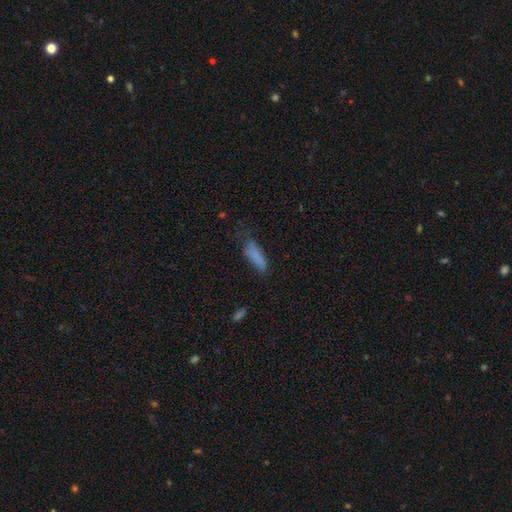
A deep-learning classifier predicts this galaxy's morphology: This appears to be a smooth galaxy with no disk features (79%) that is in between round and cigar-shaped (50%). Merging: none (51%).